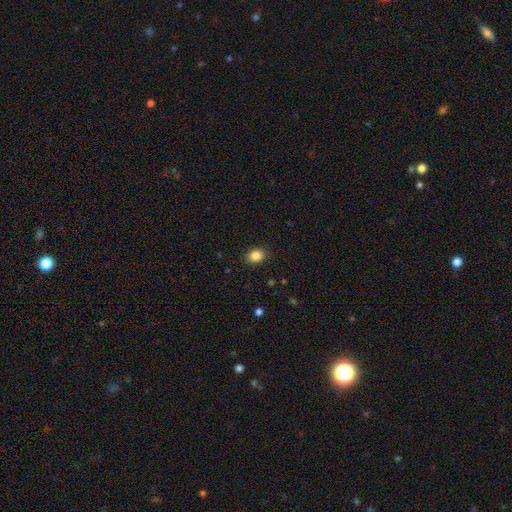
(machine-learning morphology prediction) This is clearly a smooth galaxy (85%). How rounded: possibly in between (59%). Merging: clearly none (89%).